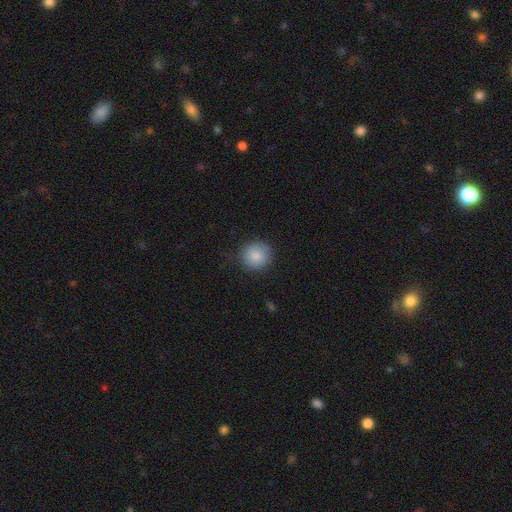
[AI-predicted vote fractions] Smooth or featured? Predicted: smooth (p=0.86). How rounded? Predicted: round (p=0.90). Merging? Predicted: none (p=0.83).